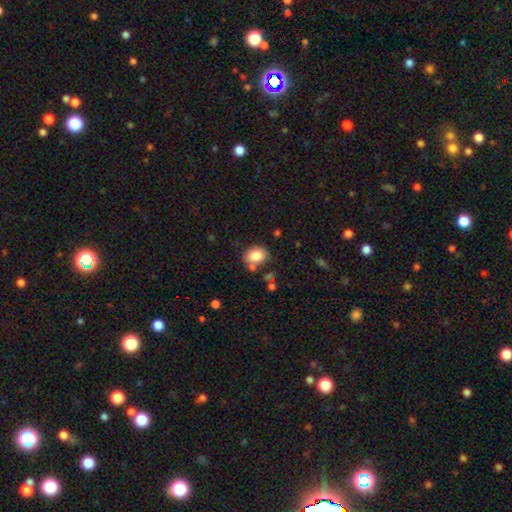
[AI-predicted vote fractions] A smooth galaxy with no disk features (84%) that is in between round and cigar-shaped (62%).

Vote fractions:
- Smooth or featured? smooth: 84% / star or artifact: 9% / featured or disk: 7%
- How rounded? in between: 62% / round: 37% / cigar-shaped: 1%
- Merging? none: 69% / minor disturbance: 15% / merger: 11% / major disturbance: 5%